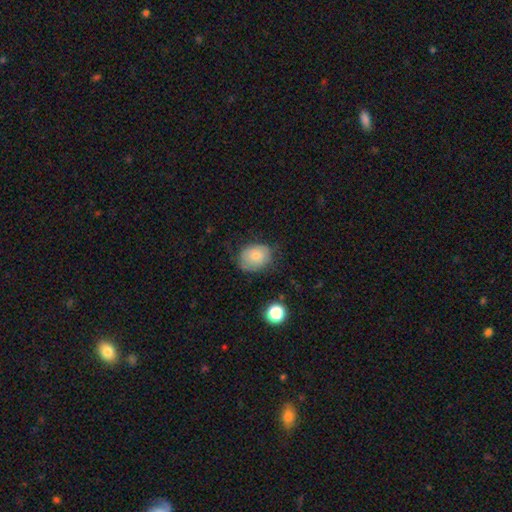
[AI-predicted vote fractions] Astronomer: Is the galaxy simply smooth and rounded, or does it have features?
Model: smooth — 76%.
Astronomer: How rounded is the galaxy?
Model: in between — 55% (runner-up: round, 44%).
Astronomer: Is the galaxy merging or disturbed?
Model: none — 63%.